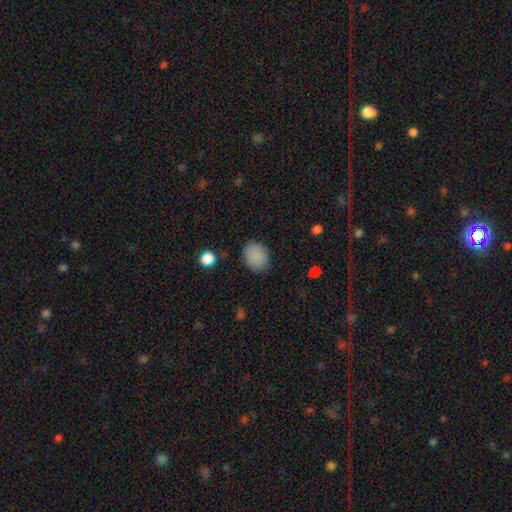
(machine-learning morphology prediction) type=smooth (87%); roundness=in between (54%); merging=none (84%).